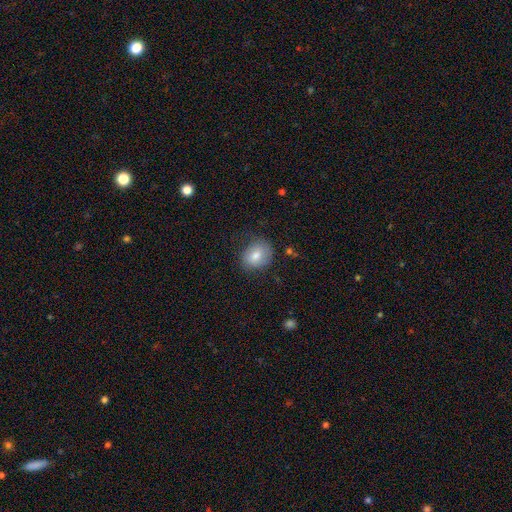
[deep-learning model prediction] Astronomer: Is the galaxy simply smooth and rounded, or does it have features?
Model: smooth — 76%.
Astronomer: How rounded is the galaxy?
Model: round — 54% (runner-up: in between, 45%).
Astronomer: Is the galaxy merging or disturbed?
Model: none — 75%.